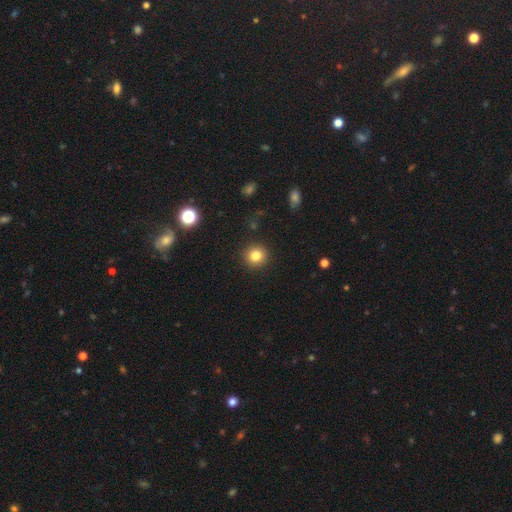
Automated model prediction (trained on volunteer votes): smooth 82%, star or artifact 11%, featured or disk 6%. Down the decision tree: how rounded — round (93%); merging — none (91%).